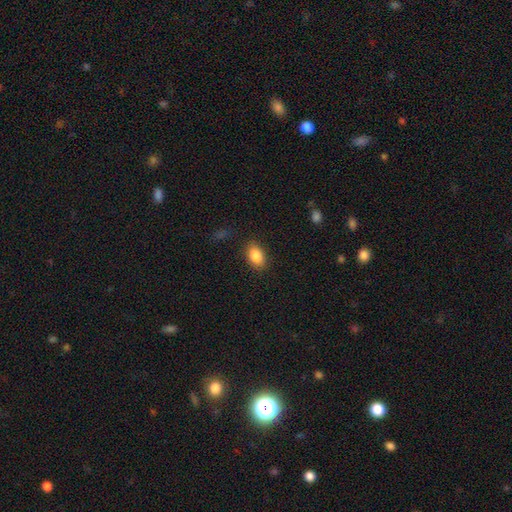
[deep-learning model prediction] This is clearly a smooth galaxy (86%). How rounded: clearly in between (86%). Merging: clearly none (86%).